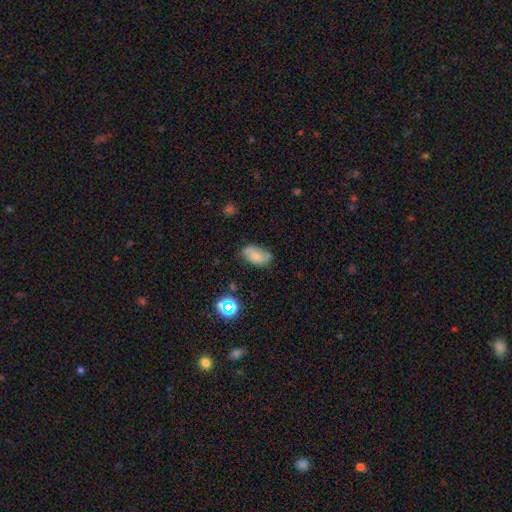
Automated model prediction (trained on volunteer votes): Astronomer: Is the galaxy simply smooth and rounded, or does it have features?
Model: smooth — 61%.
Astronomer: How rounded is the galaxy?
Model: in between — 91%.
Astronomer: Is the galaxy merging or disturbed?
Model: none — 63%.